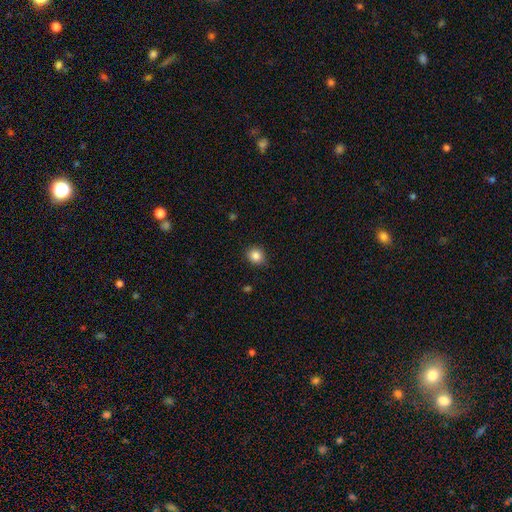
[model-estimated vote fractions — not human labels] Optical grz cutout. It shows a smooth galaxy with no disk features (85%) that is round (84%). Merging: none (88%).